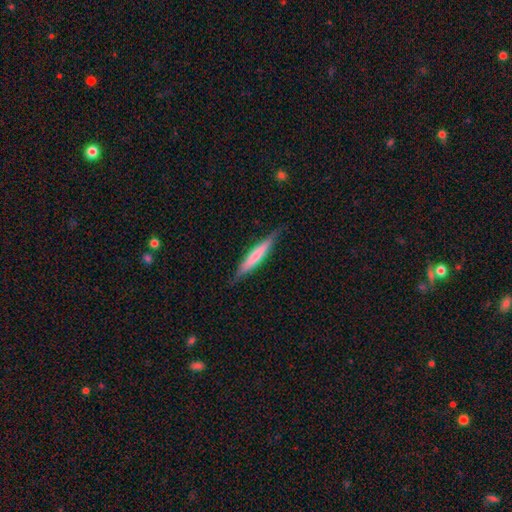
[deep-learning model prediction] smooth_or_featured: smooth (p=0.60) [alt: featured or disk p=0.35]
how_rounded: cigar-shaped (p=0.92) [alt: in between p=0.06]
merging: none (p=0.83) [alt: minor disturbance p=0.13]